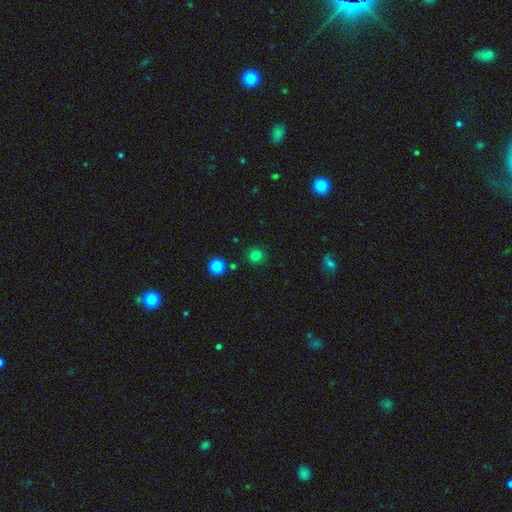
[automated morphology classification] smooth-or-featured: smooth: 80% | star or artifact: 16% | featured or disk: 5%
  how-rounded: round: 92% | in between: 7% | cigar-shaped: 1%
  merging: none: 87% | minor disturbance: 7% | merger: 4% | major disturbance: 2%